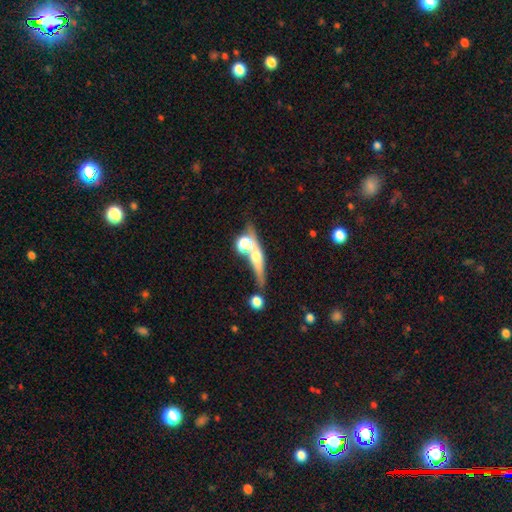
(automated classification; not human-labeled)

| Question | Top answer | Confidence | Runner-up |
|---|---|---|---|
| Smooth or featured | featured or disk | 56% | smooth (33%) |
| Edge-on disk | yes | 87% | no (13%) |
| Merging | none | 62% | merger (19%) |